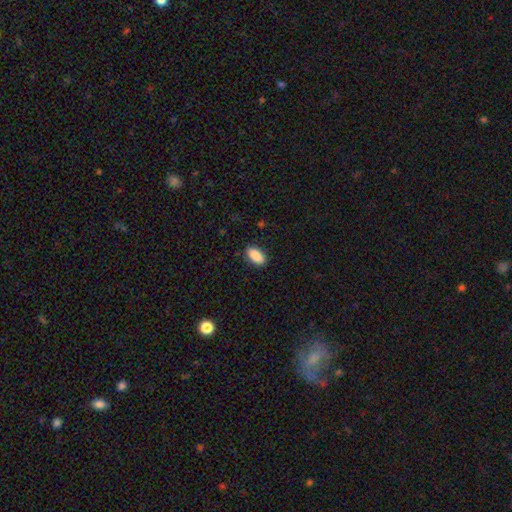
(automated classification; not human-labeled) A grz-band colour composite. It shows a smooth galaxy with no disk features (88%) that is in between round and cigar-shaped (88%). Merging: none (88%).